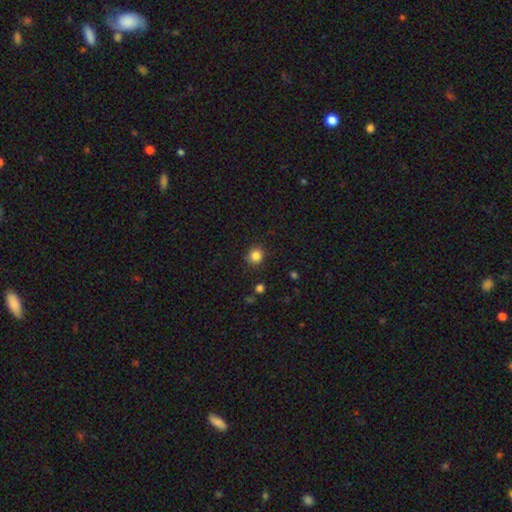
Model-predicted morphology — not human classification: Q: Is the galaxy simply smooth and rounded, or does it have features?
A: smooth — 84%.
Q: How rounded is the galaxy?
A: round — 90%.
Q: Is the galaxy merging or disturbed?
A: none — 89%.